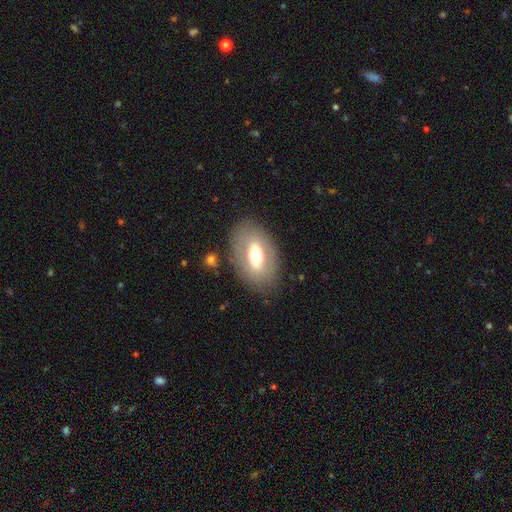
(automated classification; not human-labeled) Smooth or featured: smooth — 48% (featured or disk — 45%)
Merging: none — 80% (minor disturbance — 12%)